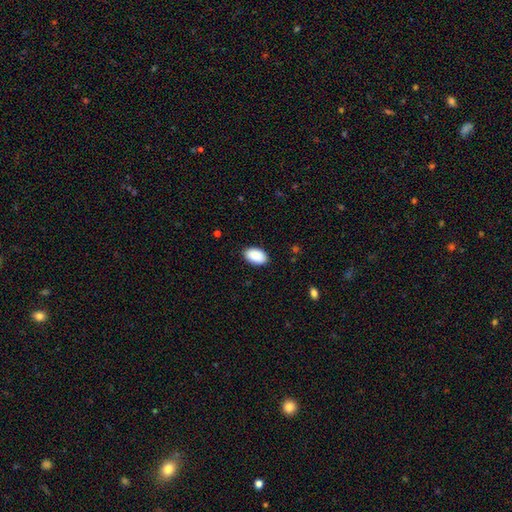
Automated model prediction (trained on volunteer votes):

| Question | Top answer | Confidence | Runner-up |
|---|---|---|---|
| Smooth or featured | smooth | 90% | star or artifact (6%) |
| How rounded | in between | 94% | round (5%) |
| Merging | none | 88% | minor disturbance (9%) |